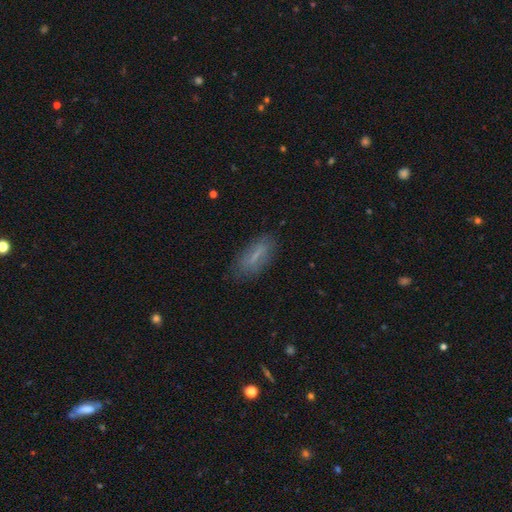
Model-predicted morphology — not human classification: smooth 62%, featured or disk 29%, star or artifact 9%. Down the decision tree: how rounded — in between (58%); merging — none (77%).